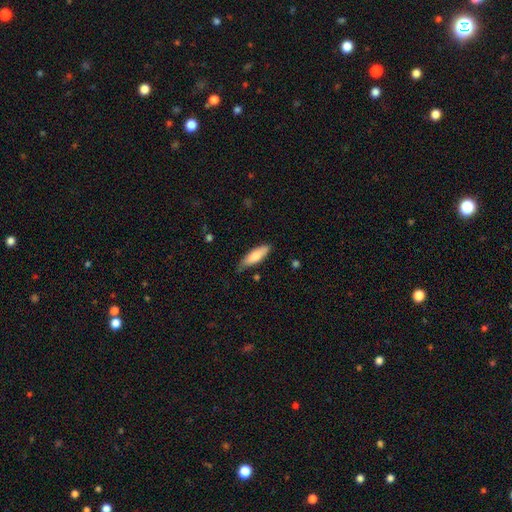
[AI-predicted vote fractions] Overall: smooth (79%). How rounded: in between (53%; cigar-shaped 45%). Merging: none (75%).